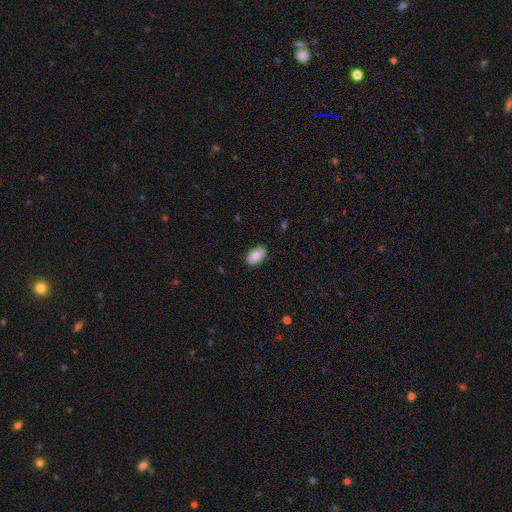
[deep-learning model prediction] Smooth or featured?
  - smooth: 82% *
  - featured or disk: 12%
  - star or artifact: 7%
How rounded?
  - in between: 93% *
  - round: 5%
  - cigar-shaped: 2%
Merging?
  - none: 83% *
  - minor disturbance: 13%
  - major disturbance: 2%
  - merger: 1%